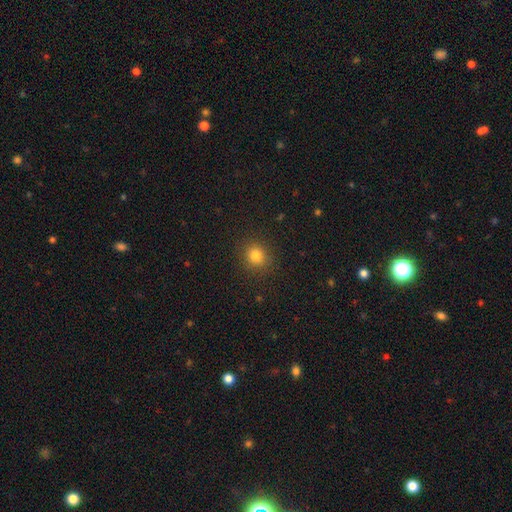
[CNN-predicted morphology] The model was most divided on "smooth or featured": smooth: 81%, star or artifact: 13%, featured or disk: 6%. More confident: merging — none (89%); how rounded — round (85%).